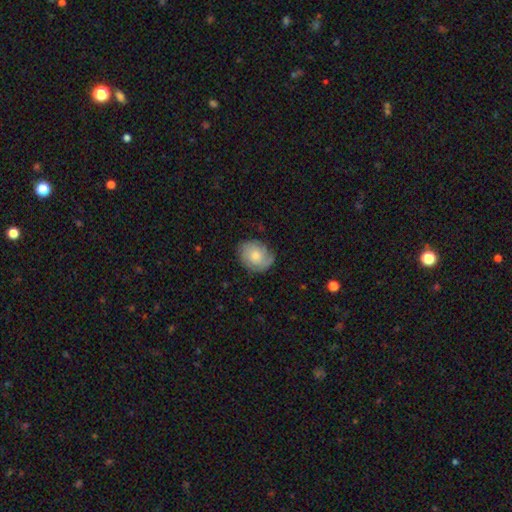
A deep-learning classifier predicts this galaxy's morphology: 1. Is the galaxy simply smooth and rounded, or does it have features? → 46% featured or disk (tied), 46% smooth (tied), 7% star or artifact.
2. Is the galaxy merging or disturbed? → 71% none, 21% minor disturbance, 7% major disturbance, 1% merger.